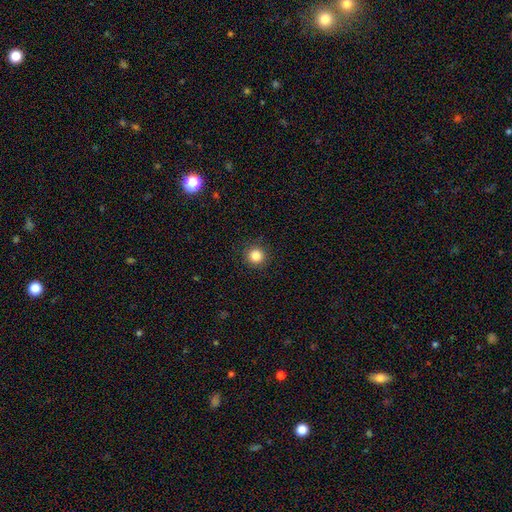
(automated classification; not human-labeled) Smooth or featured: smooth — 85% (star or artifact — 11%)
How rounded: round — 95% (in between — 4%)
Merging: none — 91% (minor disturbance — 6%)